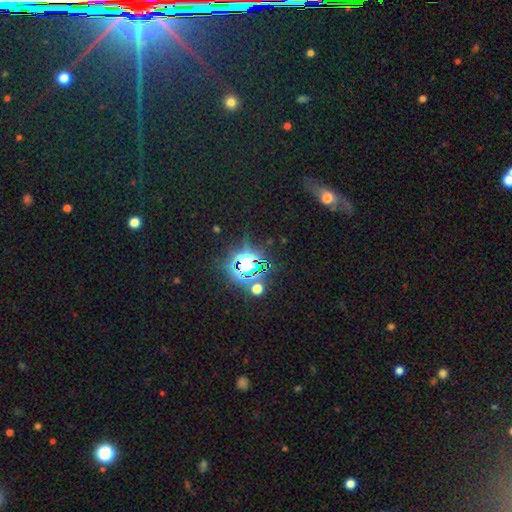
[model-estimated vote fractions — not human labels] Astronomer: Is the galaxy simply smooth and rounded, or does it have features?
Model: star or artifact — 75%.